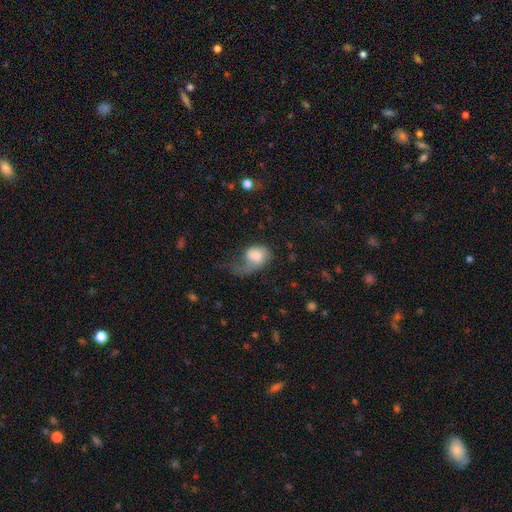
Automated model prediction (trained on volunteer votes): This is likely a smooth galaxy (61%). How rounded: likely in between (68%). Merging: possibly major disturbance (59%).